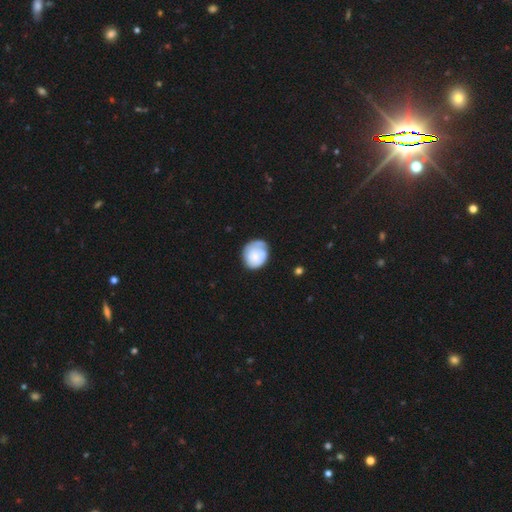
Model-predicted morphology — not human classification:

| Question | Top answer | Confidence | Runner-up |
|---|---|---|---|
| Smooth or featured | smooth | 66% | featured or disk (27%) |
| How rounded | round | 66% | in between (33%) |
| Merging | none | 54% | minor disturbance (30%) |